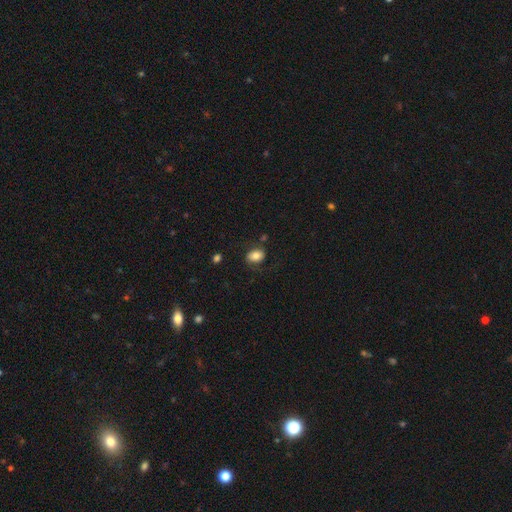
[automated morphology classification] type=smooth (76%); roundness=in between (74%); merging=none (71%).